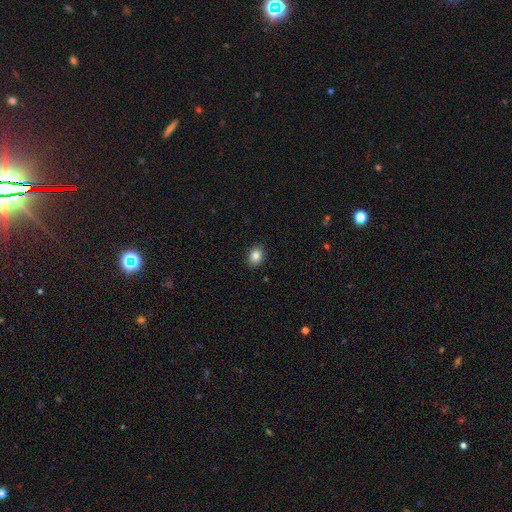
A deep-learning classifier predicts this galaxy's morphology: The model was most divided on "how rounded": in between: 55%, round: 44%, cigar-shaped: 1%. More confident: merging — none (90%); smooth or featured — smooth (85%).